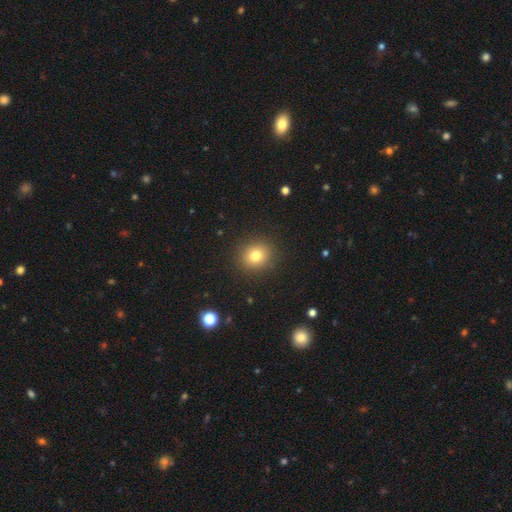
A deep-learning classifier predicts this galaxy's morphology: A smooth galaxy with no disk features (78%) that is round (85%). Merging: none (90%).